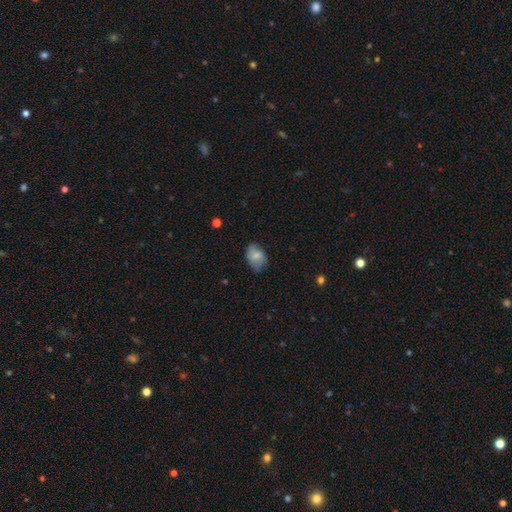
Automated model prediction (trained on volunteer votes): Overall: smooth (70%). How rounded: in between (82%). Merging: none (63%; minor disturbance 28%).